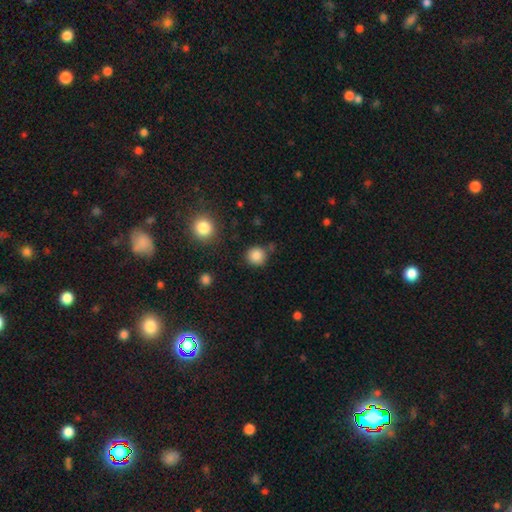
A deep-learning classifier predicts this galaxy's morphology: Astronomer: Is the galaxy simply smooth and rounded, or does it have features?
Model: smooth — 86%.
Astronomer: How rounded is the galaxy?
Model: round — 92%.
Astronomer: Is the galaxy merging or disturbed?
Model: none — 83%.